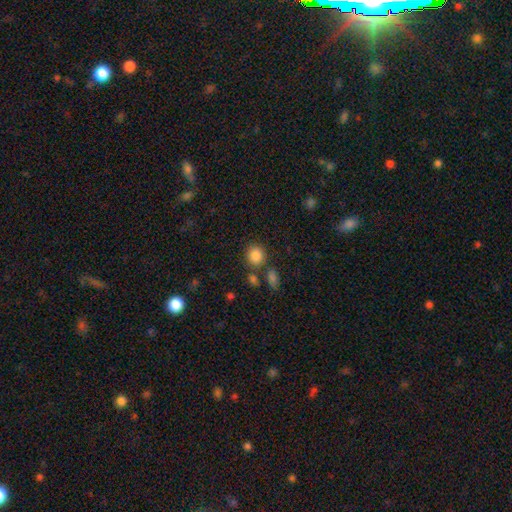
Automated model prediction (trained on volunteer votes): Smooth or featured? smooth (86%)
How rounded? round (77%)
Merging? none (76%)